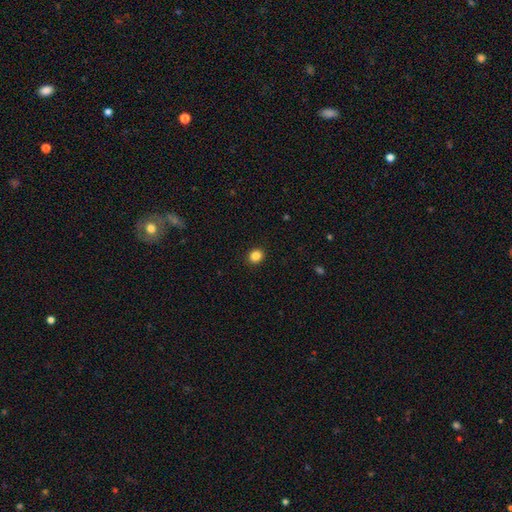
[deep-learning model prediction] A smooth galaxy with no disk features (86%) that is round (73%).

Vote fractions:
- Smooth or featured? smooth: 86% / star or artifact: 11% / featured or disk: 4%
- How rounded? round: 73% / in between: 26% / cigar-shaped: 1%
- Merging? none: 92% / minor disturbance: 5% / major disturbance: 2% / merger: 1%